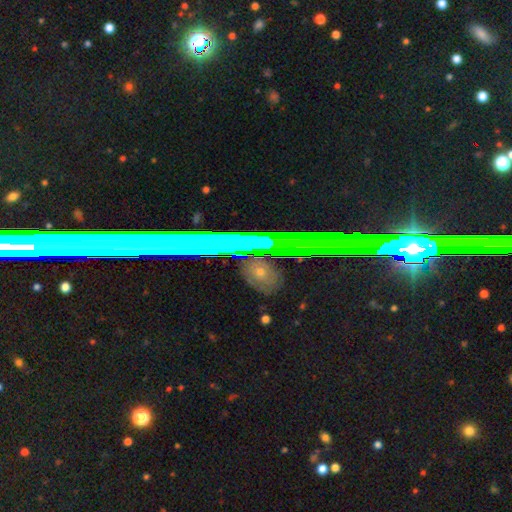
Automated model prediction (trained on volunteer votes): Q: Smooth or featured?
A: star or artifact (48%); runner-up: featured or disk (36%)